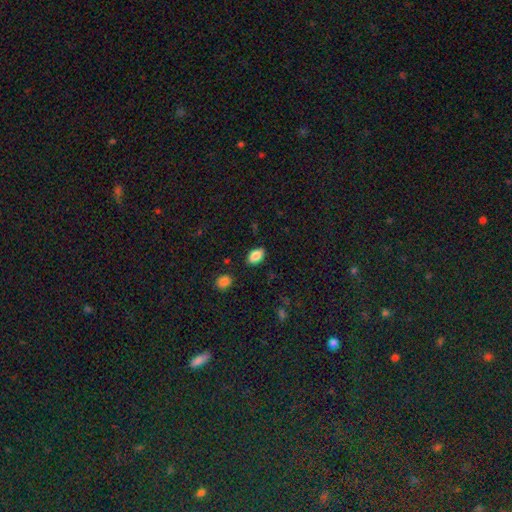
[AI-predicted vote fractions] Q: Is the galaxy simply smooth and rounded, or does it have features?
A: smooth — 86%.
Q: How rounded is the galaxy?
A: in between — 91%.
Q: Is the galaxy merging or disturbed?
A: none — 86%.